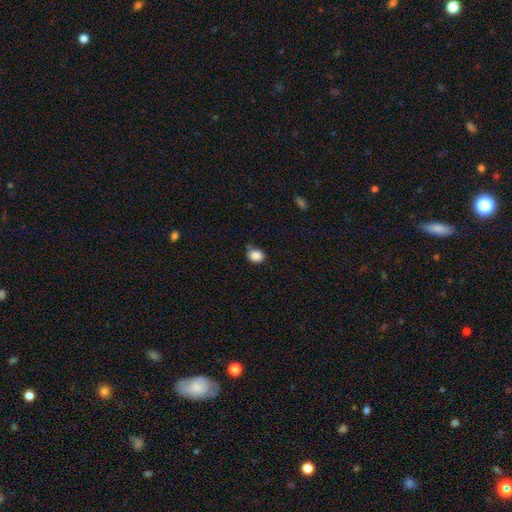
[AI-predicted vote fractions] The model was most divided on "how rounded": round: 53%, in between: 46%, cigar-shaped: 1%. More confident: smooth or featured — smooth (87%); merging — none (71%).